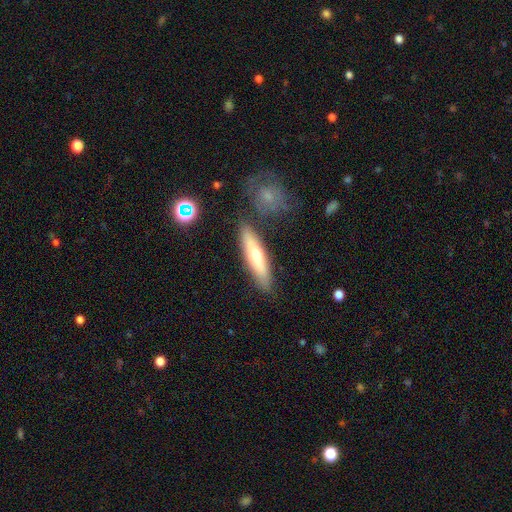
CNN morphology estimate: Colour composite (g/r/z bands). It shows a smooth galaxy with no disk features (56%) that is cigar-shaped (76%). Merging: none (83%).